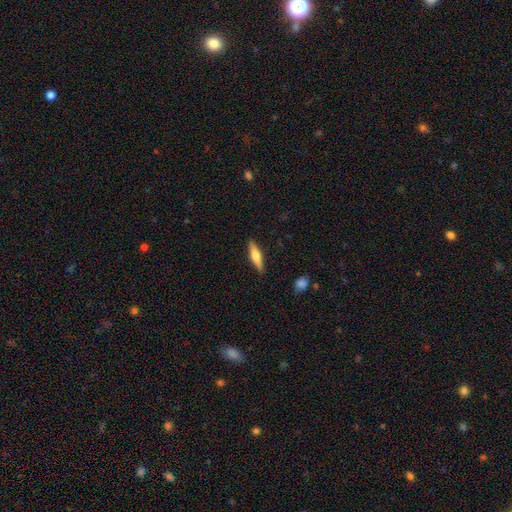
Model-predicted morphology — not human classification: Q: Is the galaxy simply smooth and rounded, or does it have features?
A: smooth — 56%.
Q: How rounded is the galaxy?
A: cigar-shaped — 73%.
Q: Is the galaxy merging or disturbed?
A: none — 88%.